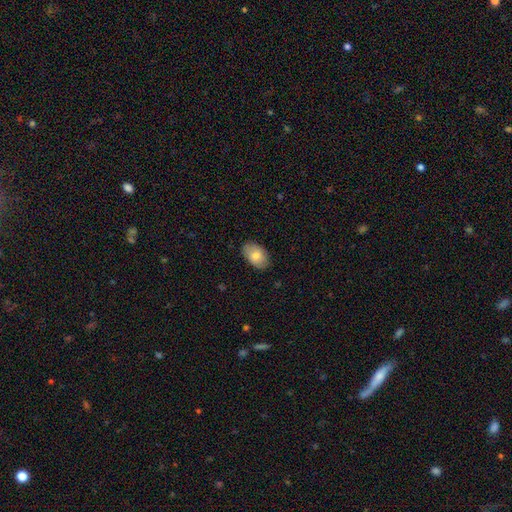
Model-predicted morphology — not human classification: A smooth galaxy with no disk features (77%) that is in between round and cigar-shaped (90%). Merging: none (84%).